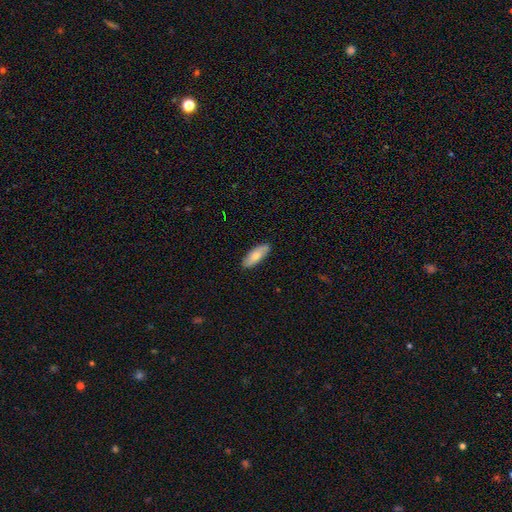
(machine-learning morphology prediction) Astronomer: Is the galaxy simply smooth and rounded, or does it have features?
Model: smooth — 73%.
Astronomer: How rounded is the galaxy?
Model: in between — 67%.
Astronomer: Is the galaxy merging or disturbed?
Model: none — 88%.